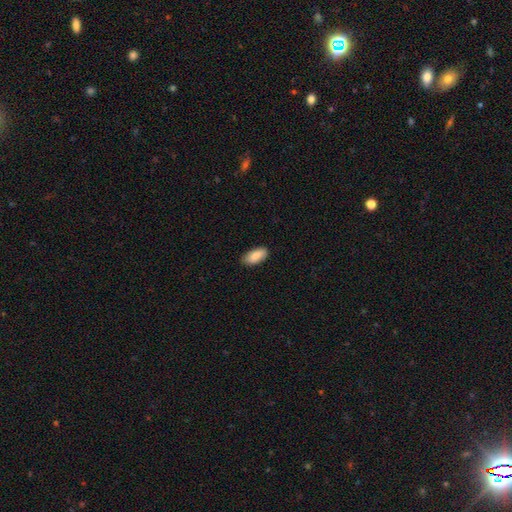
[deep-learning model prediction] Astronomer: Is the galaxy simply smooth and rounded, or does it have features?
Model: smooth — 86%.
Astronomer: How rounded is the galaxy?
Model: in between — 90%.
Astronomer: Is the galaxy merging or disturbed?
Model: none — 86%.